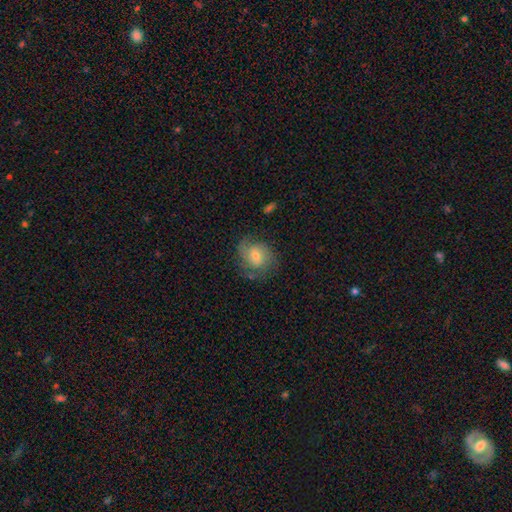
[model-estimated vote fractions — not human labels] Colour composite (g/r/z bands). It shows a featured or disk galaxy (56%) with no bar (58%), spiral arms (86%) and a moderate central bulge (46%). Merging: none (69%).